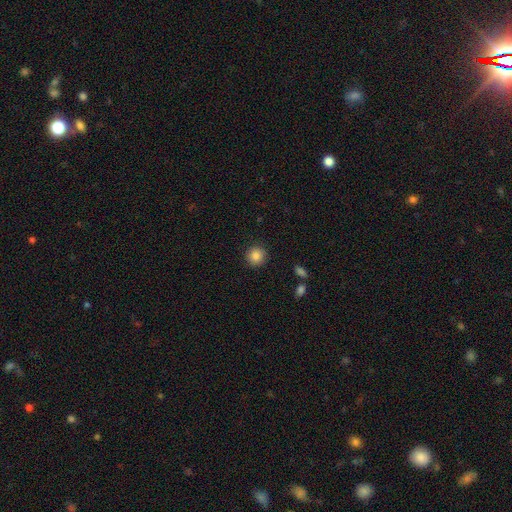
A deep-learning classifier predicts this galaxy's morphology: This is clearly a smooth galaxy (86%). How rounded: clearly round (92%). Merging: clearly none (91%).